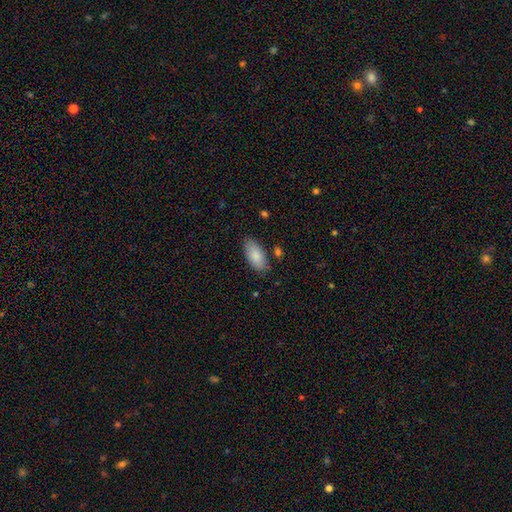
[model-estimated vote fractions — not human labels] smooth 85%, featured or disk 9%, star or artifact 6%. Down the decision tree: how rounded — in between (92%); merging — none (79%).